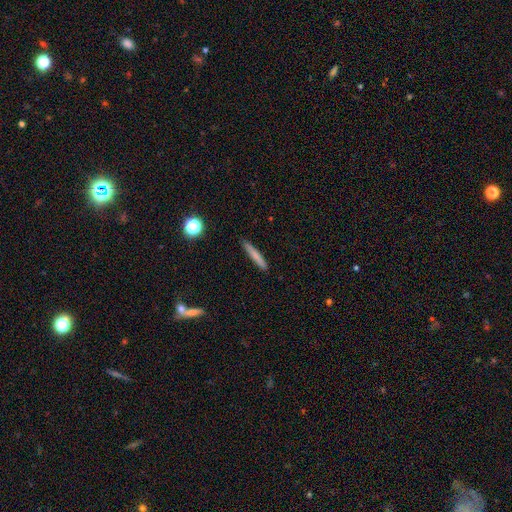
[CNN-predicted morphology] This is likely a smooth galaxy (73%). How rounded: clearly cigar-shaped (94%). Merging: clearly none (89%).